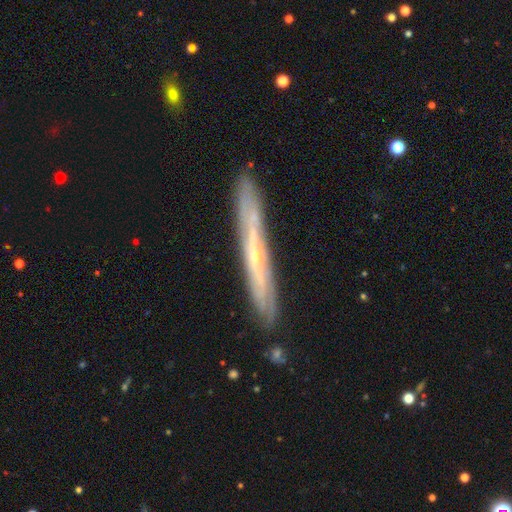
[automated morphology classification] smooth-or-featured: featured or disk: 73% | smooth: 20% | star or artifact: 7%
  disk-edge-on: yes: 83% | no: 17%
    edge-on-bulge: rounded: 55% | none: 43% | boxy: 2%
  merging: none: 83% | minor disturbance: 12% | merger: 2% | major disturbance: 2%